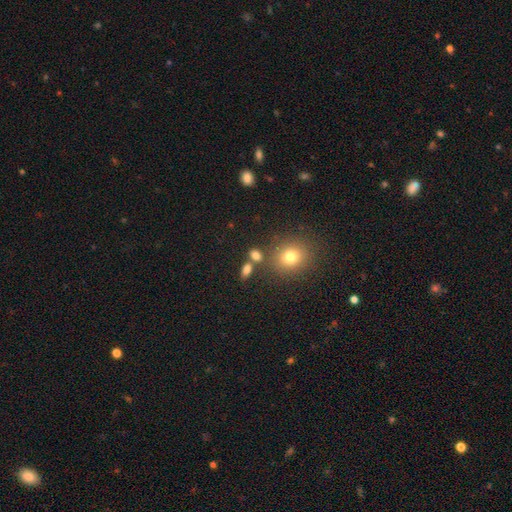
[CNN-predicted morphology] smooth-or-featured: smooth: 77% | star or artifact: 14% | featured or disk: 9%
  how-rounded: in between: 66% | round: 30% | cigar-shaped: 4%
  merging: none: 63% | merger: 21% | minor disturbance: 11% | major disturbance: 5%